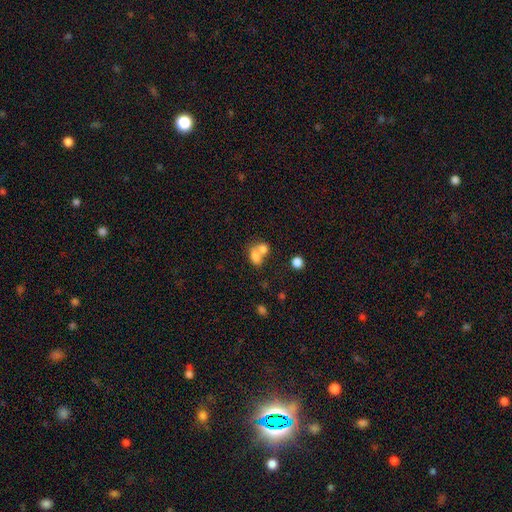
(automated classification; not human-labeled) Q: Smooth or featured?
A: smooth (73%); runner-up: featured or disk (16%)
Q: How rounded?
A: in between (67%); runner-up: round (31%)
Q: Merging?
A: merger (67%); runner-up: none (20%)